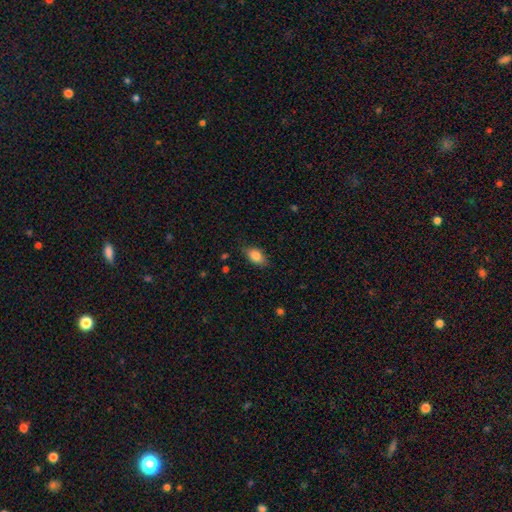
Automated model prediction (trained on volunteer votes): Morphology: type=smooth (83%); roundness=in between (88%); merging=none (78%).